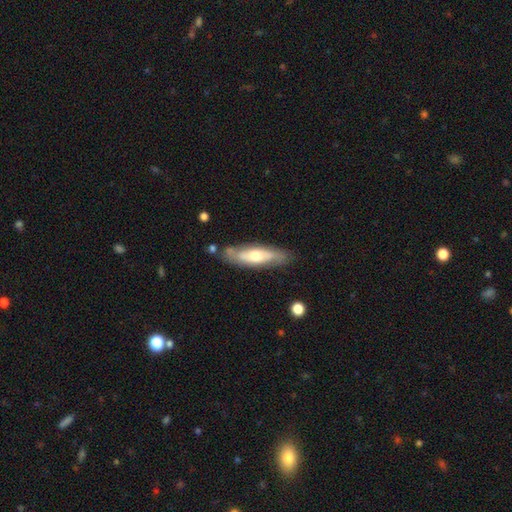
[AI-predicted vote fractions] smooth-or-featured: featured or disk: 54% | smooth: 40% | star or artifact: 5%
  disk-edge-on: no: 55% | yes: 45%
  merging: none: 77% | minor disturbance: 16% | major disturbance: 4% | merger: 4%